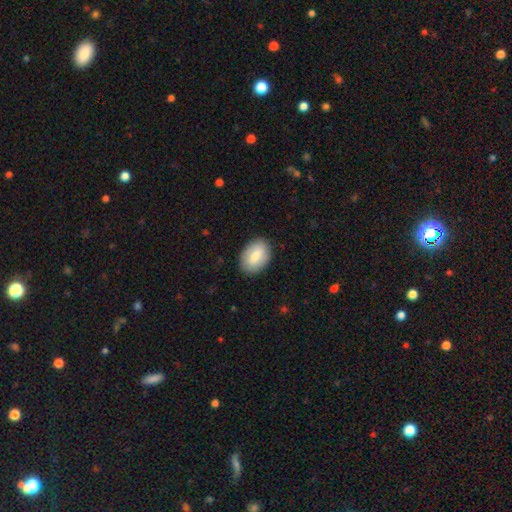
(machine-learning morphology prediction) Smooth or featured? smooth (75%)
How rounded? in between (88%)
Merging? none (87%)